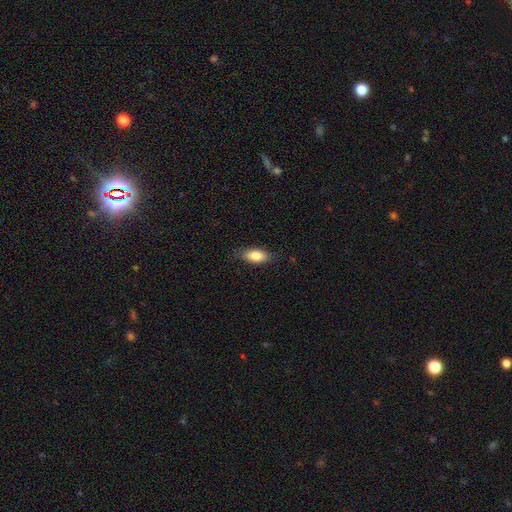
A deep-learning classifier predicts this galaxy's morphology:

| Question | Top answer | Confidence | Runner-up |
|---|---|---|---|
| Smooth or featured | smooth | 81% | featured or disk (12%) |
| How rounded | in between | 85% | cigar-shaped (11%) |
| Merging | none | 81% | minor disturbance (15%) |